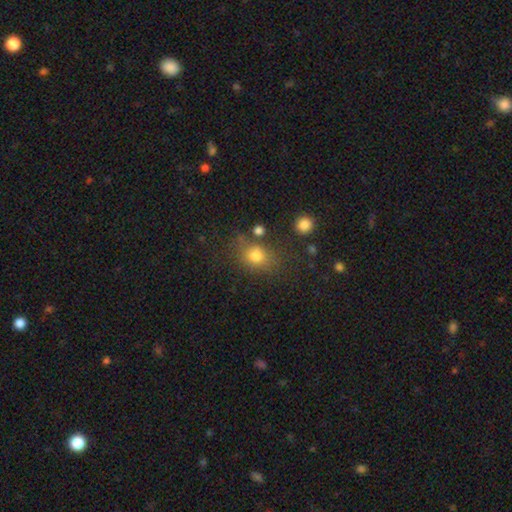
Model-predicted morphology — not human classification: This is likely a smooth galaxy (76%). How rounded: possibly round (56%). Merging: likely none (68%).